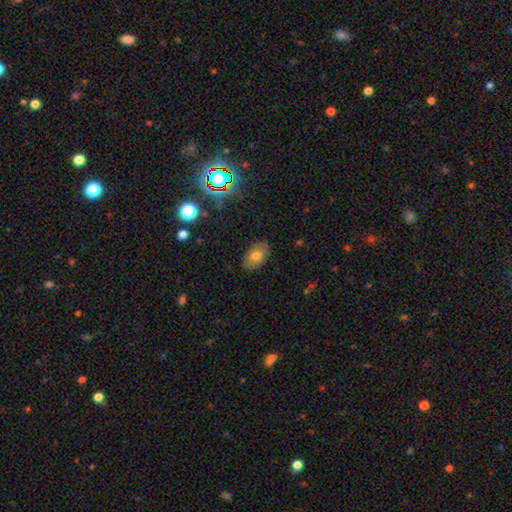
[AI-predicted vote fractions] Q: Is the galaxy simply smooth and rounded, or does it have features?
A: smooth — 71%.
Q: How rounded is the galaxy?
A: in between — 90%.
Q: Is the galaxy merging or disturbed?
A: none — 85%.